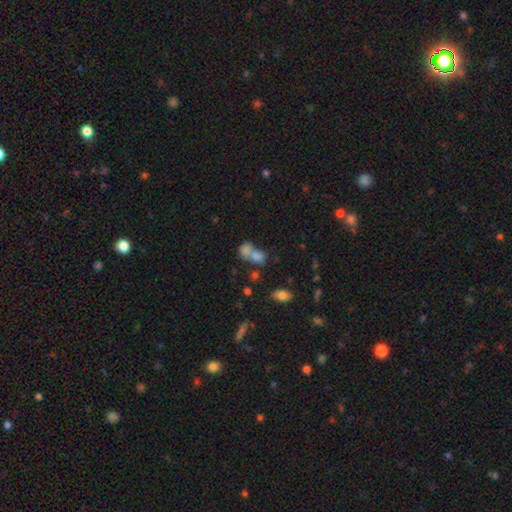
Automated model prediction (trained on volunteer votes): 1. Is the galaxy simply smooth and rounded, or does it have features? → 76% smooth, 12% star or artifact, 12% featured or disk.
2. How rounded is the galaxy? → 66% in between, 31% round, 3% cigar-shaped.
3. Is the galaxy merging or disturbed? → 64% merger, 23% none, 7% minor disturbance, 5% major disturbance.